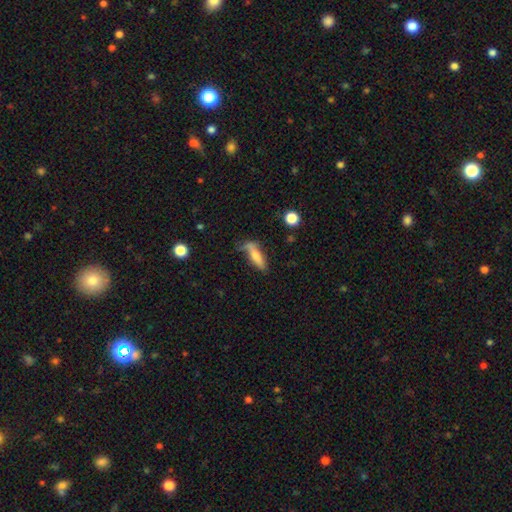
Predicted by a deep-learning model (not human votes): Smooth or featured?
  - smooth: 70% *
  - featured or disk: 21%
  - star or artifact: 9%
How rounded?
  - cigar-shaped: 61% *
  - in between: 37%
  - round: 3%
Merging?
  - none: 47% *
  - minor disturbance: 27%
  - major disturbance: 14%
  - merger: 11%